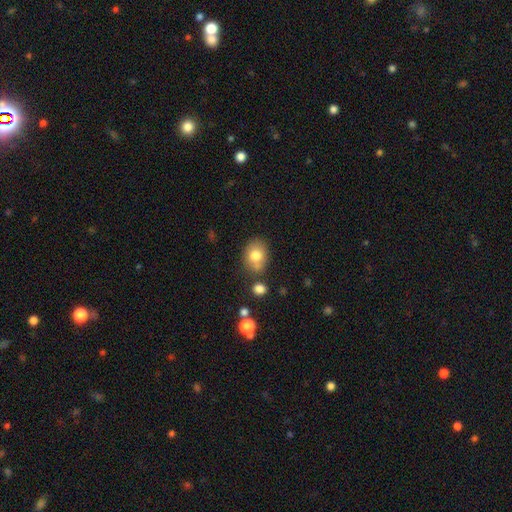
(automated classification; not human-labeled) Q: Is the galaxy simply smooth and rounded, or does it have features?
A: smooth — 77%.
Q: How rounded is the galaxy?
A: in between — 53%.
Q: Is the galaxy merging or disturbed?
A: none — 66%.